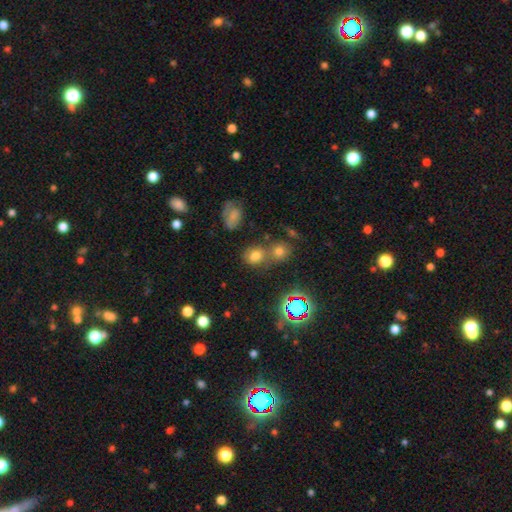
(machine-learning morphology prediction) Overall: smooth (67%). How rounded: round (54%; in between 45%). Merging: none (49%; merger 34%).